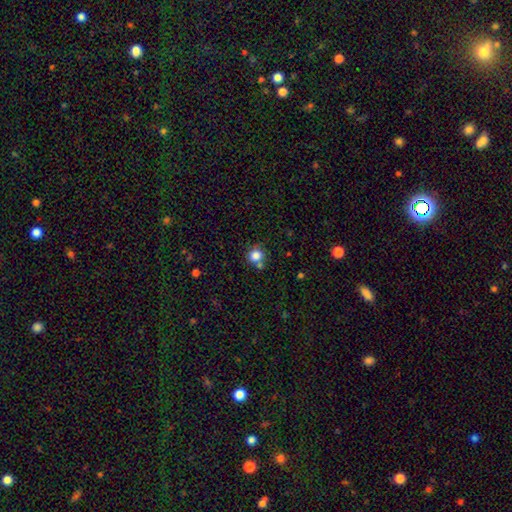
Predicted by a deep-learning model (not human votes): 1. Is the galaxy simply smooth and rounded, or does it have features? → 82% smooth, 11% star or artifact, 7% featured or disk.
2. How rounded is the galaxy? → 85% round, 14% in between, 1% cigar-shaped.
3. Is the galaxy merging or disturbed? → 63% none, 19% merger, 13% minor disturbance, 4% major disturbance.